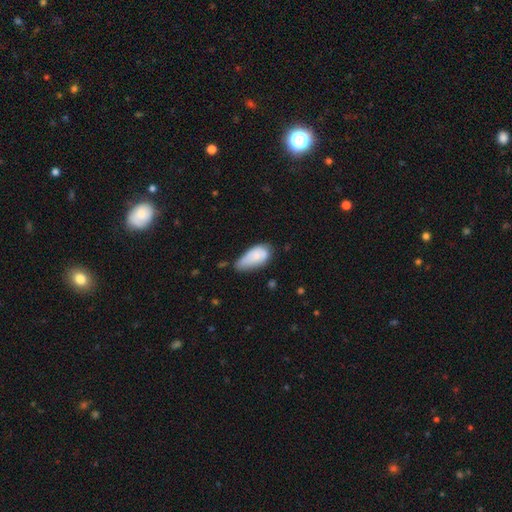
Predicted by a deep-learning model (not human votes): This appears to be a smooth galaxy with no disk features (75%) that is in between round and cigar-shaped (90%). Merging: minor disturbance (44%).